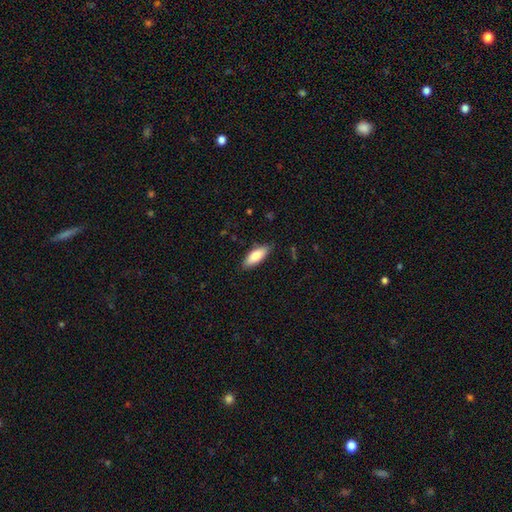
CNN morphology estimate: A smooth galaxy with no disk features (80%) that is in between round and cigar-shaped (71%). Merging: none (84%).